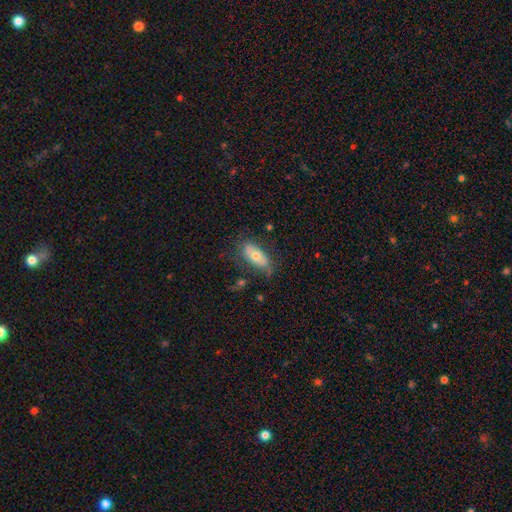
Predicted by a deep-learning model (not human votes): This is possibly a smooth galaxy (59%). How rounded: clearly in between (84%). Merging: likely none (63%).